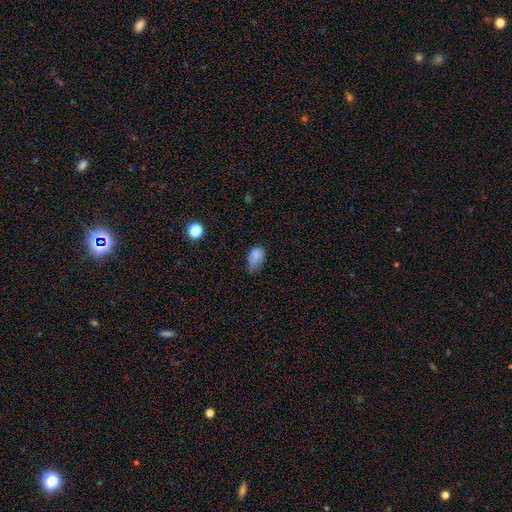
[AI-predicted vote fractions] Q: Smooth or featured?
A: smooth (79%); runner-up: star or artifact (11%)
Q: How rounded?
A: in between (83%); runner-up: round (16%)
Q: Merging?
A: minor disturbance (45%); runner-up: none (32%)